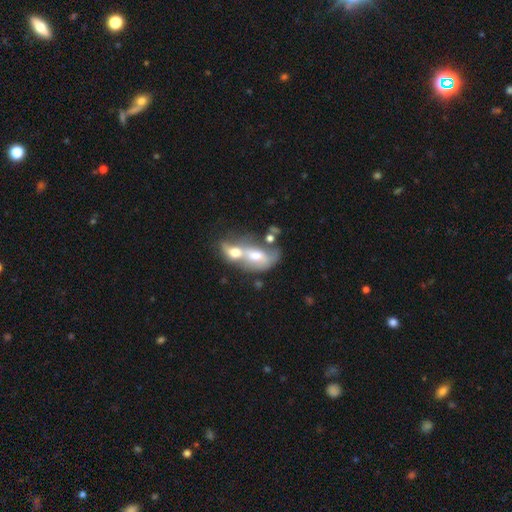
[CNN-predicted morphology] type=smooth (49%); merging=merger (79%).